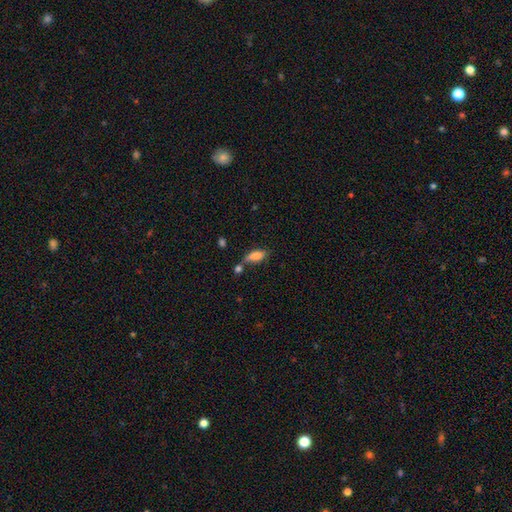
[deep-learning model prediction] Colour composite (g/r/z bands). It shows a smooth galaxy with no disk features (80%) that is in between round and cigar-shaped (79%). Merging: none (51%).